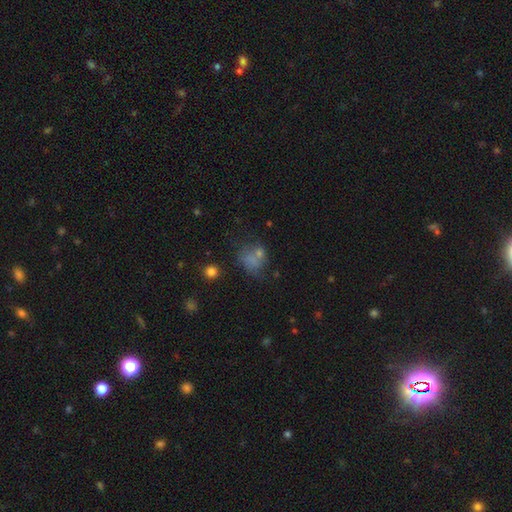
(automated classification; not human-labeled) This appears to be a smooth galaxy with no disk features (59%) that is round (50%). Merging: none (41%).